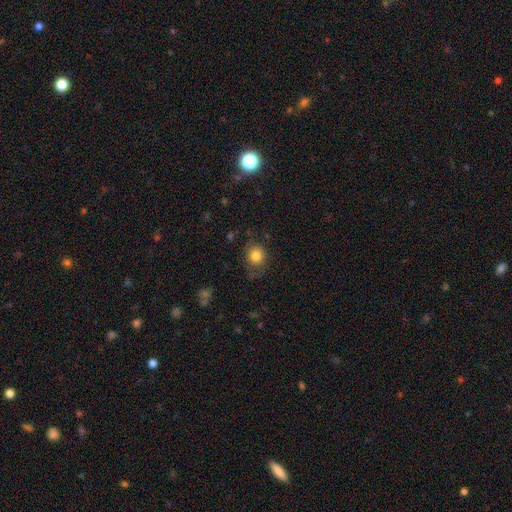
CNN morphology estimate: The model was most divided on "merging": none: 72%, minor disturbance: 20%, major disturbance: 7%, merger: 2%. More confident: smooth or featured — smooth (81%); how rounded — round (76%).